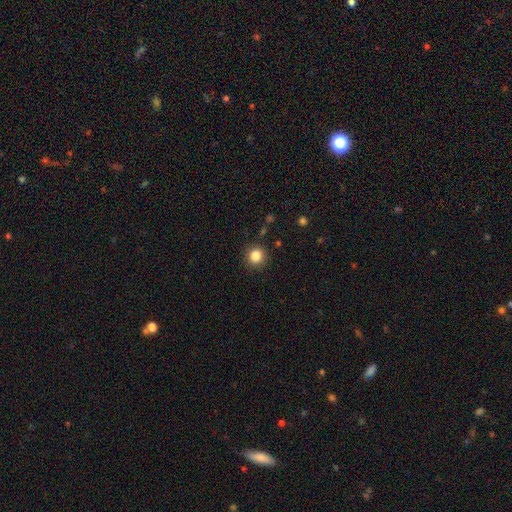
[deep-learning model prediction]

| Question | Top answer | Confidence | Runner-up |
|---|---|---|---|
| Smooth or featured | smooth | 85% | star or artifact (11%) |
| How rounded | round | 90% | in between (9%) |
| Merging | none | 90% | minor disturbance (7%) |